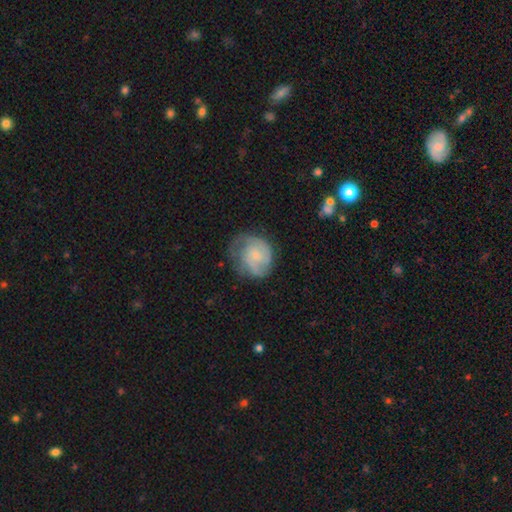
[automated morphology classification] This appears to be a featured or disk galaxy (65%) with no bar (66%), 2 (38%) tight (45%) spiral arms (89%) and a small central bulge (58%). Merging: none (56%).